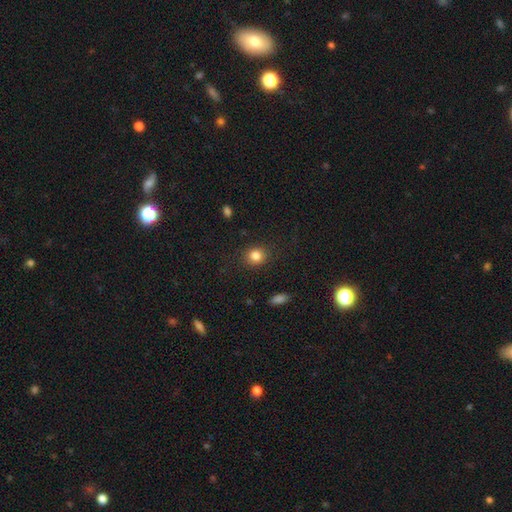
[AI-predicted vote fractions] A smooth galaxy with no disk features (84%) that is round (74%).

Vote fractions:
- Smooth or featured? smooth: 84% / star or artifact: 10% / featured or disk: 6%
- How rounded? round: 74% / in between: 25% / cigar-shaped: 1%
- Merging? none: 87% / minor disturbance: 9% / major disturbance: 3% / merger: 1%